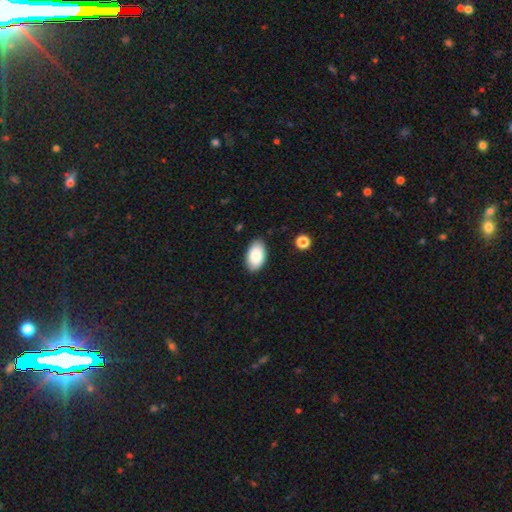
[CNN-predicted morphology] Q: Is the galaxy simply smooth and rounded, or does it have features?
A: smooth — 86%.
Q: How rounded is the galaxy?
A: in between — 95%.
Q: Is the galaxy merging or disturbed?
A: none — 86%.